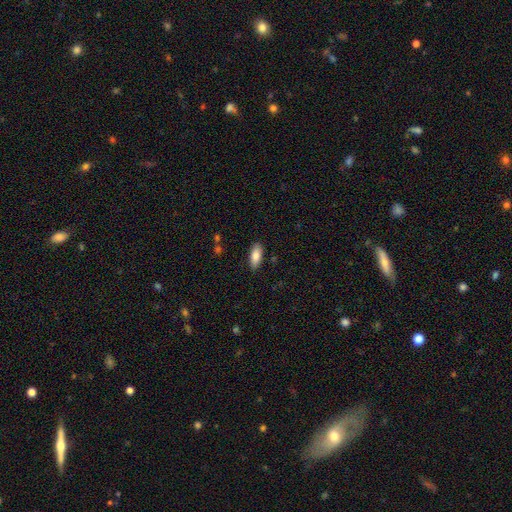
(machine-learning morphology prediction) The model was most divided on "how rounded": in between: 83%, cigar-shaped: 15%, round: 2%. More confident: merging — none (86%); smooth or featured — smooth (84%).